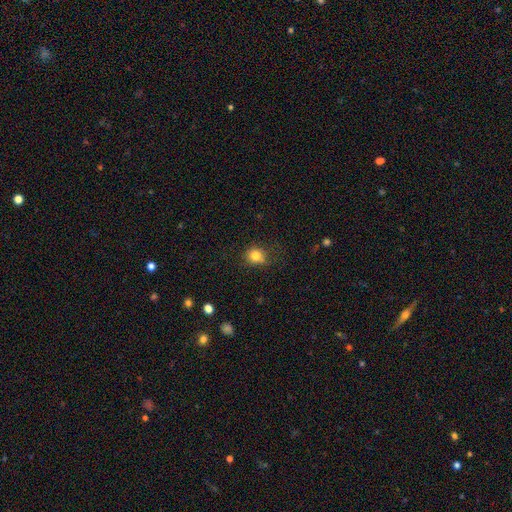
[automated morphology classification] Q: Smooth or featured?
A: smooth (81%); runner-up: star or artifact (12%)
Q: How rounded?
A: round (79%); runner-up: in between (20%)
Q: Merging?
A: none (72%); runner-up: minor disturbance (20%)